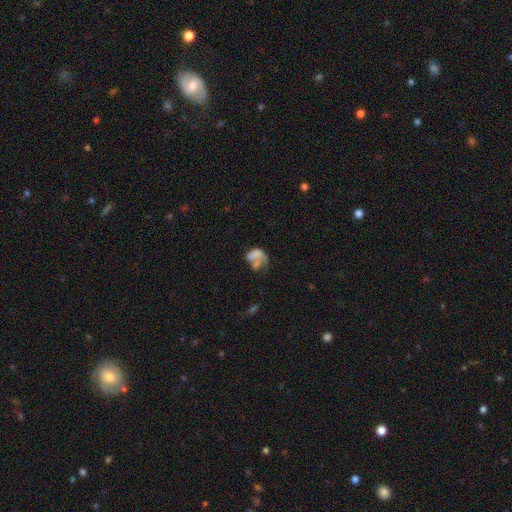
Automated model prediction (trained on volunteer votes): This appears to be a smooth galaxy with no disk features (51%) that is in between round and cigar-shaped (72%). Merging: major disturbance (35%).